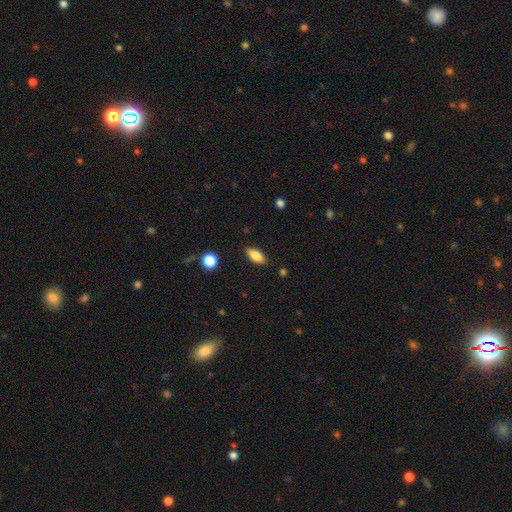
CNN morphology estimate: smooth-or-featured: smooth: 80% | featured or disk: 12% | star or artifact: 7%
  how-rounded: in between: 82% | cigar-shaped: 15% | round: 3%
  merging: none: 87% | minor disturbance: 10% | major disturbance: 2% | merger: 1%